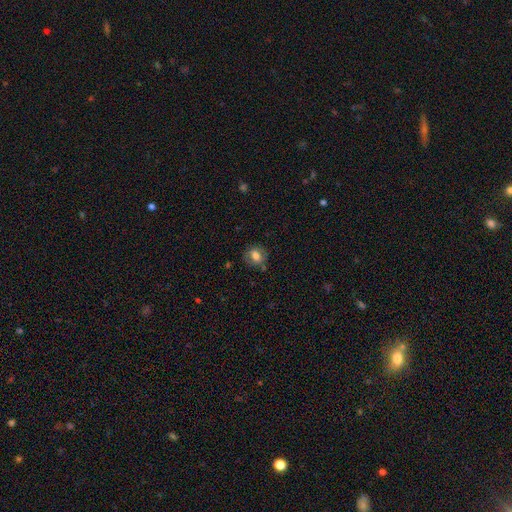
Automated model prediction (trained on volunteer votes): A smooth galaxy with no disk features (73%) that is round (55%).

Vote fractions:
- Smooth or featured? smooth: 73% / featured or disk: 17% / star or artifact: 10%
- How rounded? round: 55% / in between: 44% / cigar-shaped: 1%
- Merging? none: 75% / minor disturbance: 17% / major disturbance: 5% / merger: 4%